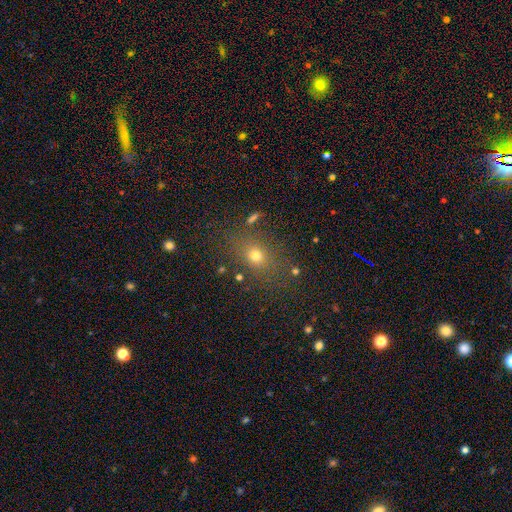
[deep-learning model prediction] This appears to be a smooth galaxy with no disk features (69%) that is in between round and cigar-shaped (52%). Merging: none (77%).